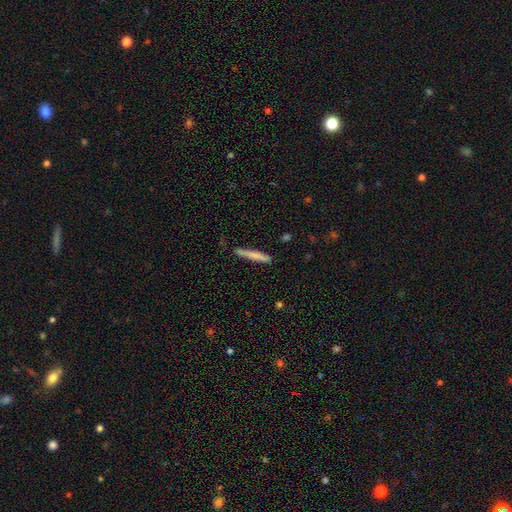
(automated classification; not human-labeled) A smooth galaxy with no disk features (73%) that is cigar-shaped (95%). Merging: none (81%).